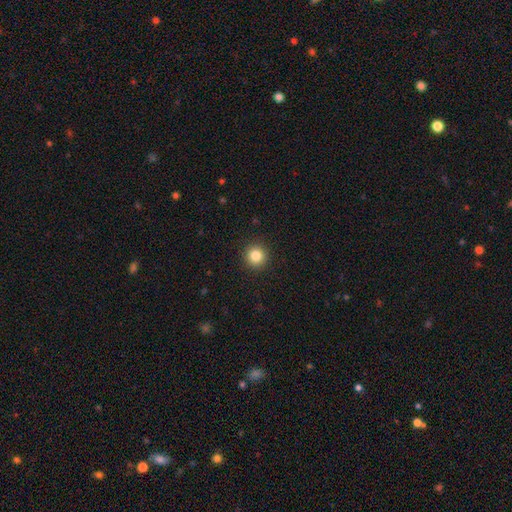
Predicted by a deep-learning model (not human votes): A smooth galaxy with no disk features (85%) that is round (95%).

Vote fractions:
- Smooth or featured? smooth: 85% / star or artifact: 11% / featured or disk: 5%
- How rounded? round: 95% / in between: 4% / cigar-shaped: 1%
- Merging? none: 93% / minor disturbance: 5% / major disturbance: 2% / merger: 1%